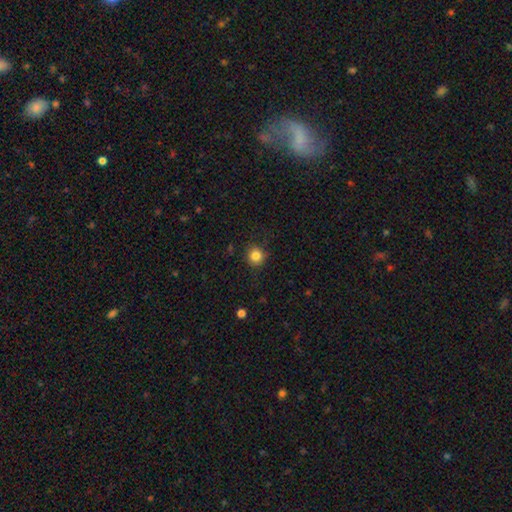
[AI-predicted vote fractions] This appears to be a smooth galaxy with no disk features (84%) that is round (91%). Merging: none (85%).